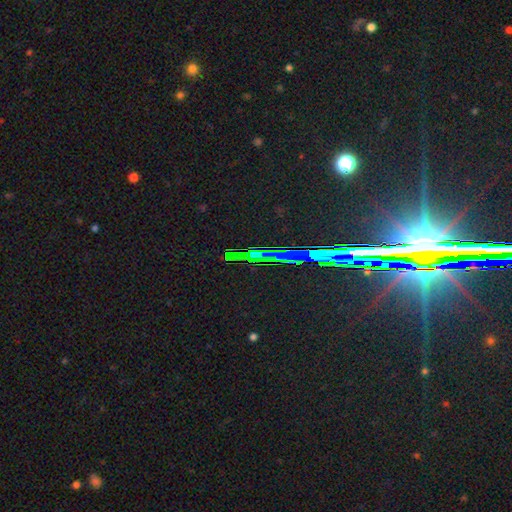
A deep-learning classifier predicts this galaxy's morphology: Overall: star or artifact (82%).